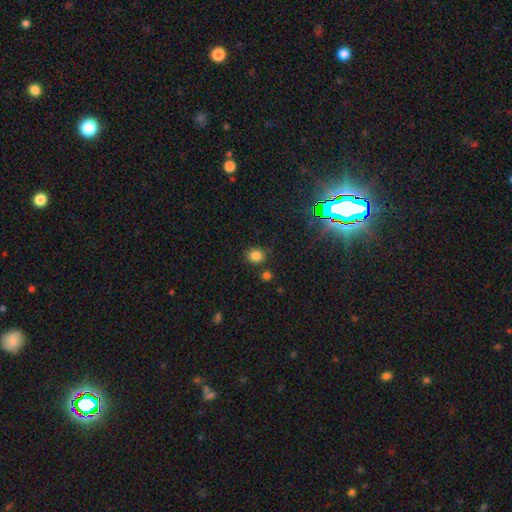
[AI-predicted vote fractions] smooth 80%, star or artifact 15%, featured or disk 5%. Down the decision tree: how rounded — round (73%); merging — none (81%).